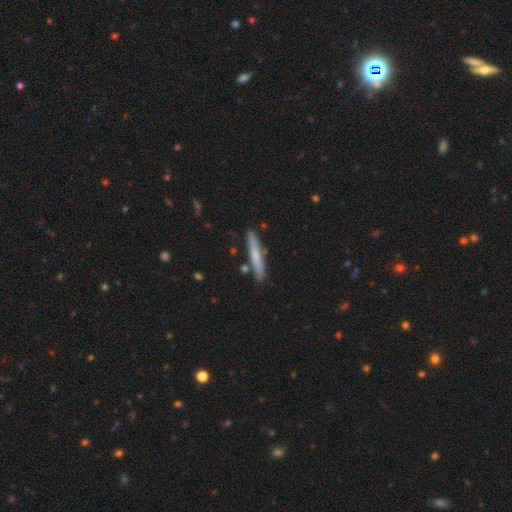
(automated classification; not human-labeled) Smooth or featured: smooth — 63% (featured or disk — 32%)
How rounded: cigar-shaped — 94% (in between — 5%)
Merging: none — 84% (minor disturbance — 11%)